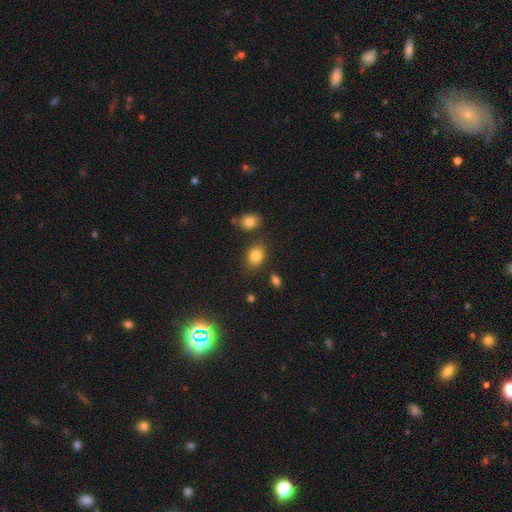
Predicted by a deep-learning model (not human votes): Smooth or featured: smooth — 83% (star or artifact — 10%)
How rounded: in between — 67% (round — 32%)
Merging: none — 77% (minor disturbance — 12%)